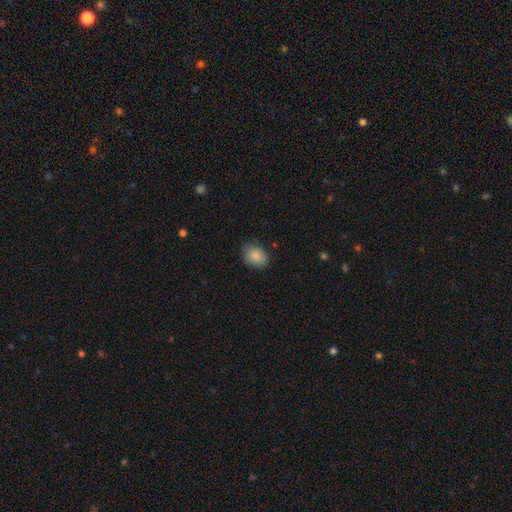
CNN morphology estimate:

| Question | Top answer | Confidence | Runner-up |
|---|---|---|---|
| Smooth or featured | smooth | 87% | star or artifact (8%) |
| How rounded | in between | 61% | round (38%) |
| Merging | none | 76% | minor disturbance (19%) |